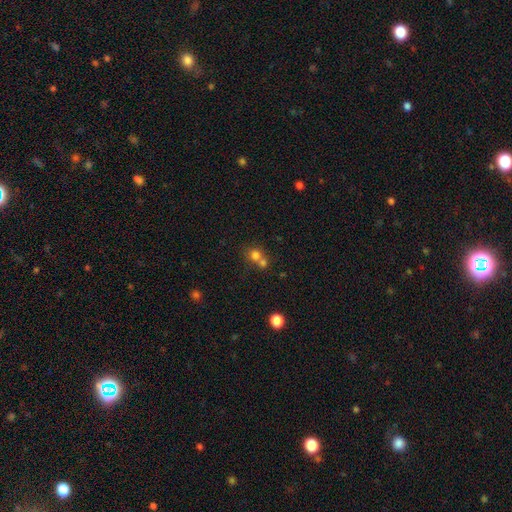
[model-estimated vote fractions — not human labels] Morphology: type=smooth (74%); roundness=round (82%); merging=merger (54%).